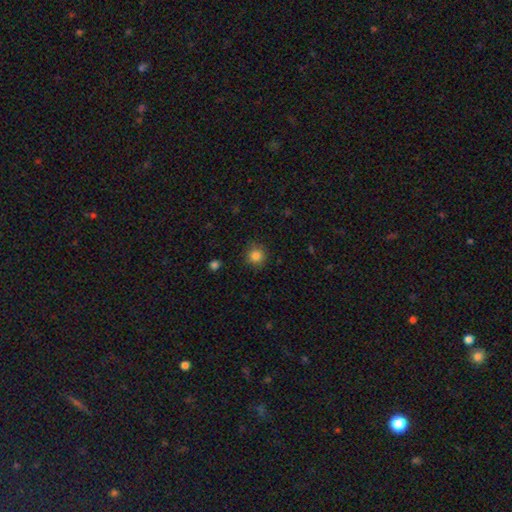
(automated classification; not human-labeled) Smooth or featured?
  - smooth: 84% *
  - star or artifact: 11%
  - featured or disk: 5%
How rounded?
  - round: 93% *
  - in between: 7%
  - cigar-shaped: 1%
Merging?
  - none: 85% *
  - minor disturbance: 11%
  - major disturbance: 3%
  - merger: 1%